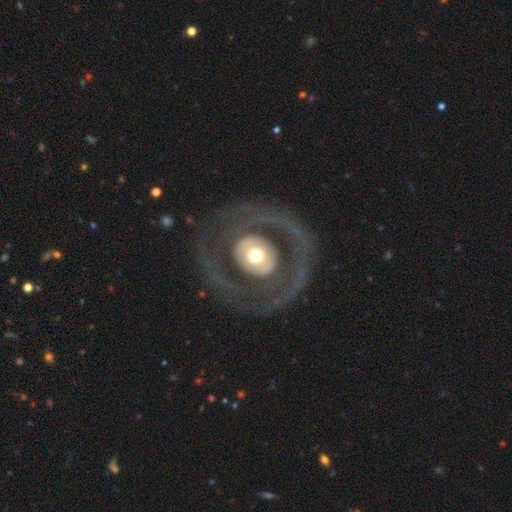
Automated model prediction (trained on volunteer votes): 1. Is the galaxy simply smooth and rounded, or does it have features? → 68% featured or disk, 26% smooth, 7% star or artifact.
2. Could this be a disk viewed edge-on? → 94% no, 6% yes.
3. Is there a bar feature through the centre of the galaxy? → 78% no, 14% weak, 8% strong.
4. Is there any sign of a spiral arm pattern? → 57% no, 43% yes.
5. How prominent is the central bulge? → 54% moderate, 28% large, 11% small, 6% dominant, 1% none.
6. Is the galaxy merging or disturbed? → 72% none, 16% major disturbance, 10% minor disturbance, 2% merger.